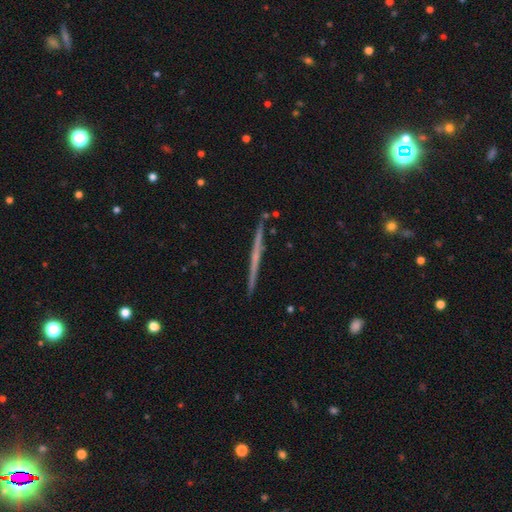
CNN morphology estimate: type=featured or disk (66%); edge-on=yes (98%); edge-on bulge=none (78%); merging=none (91%).